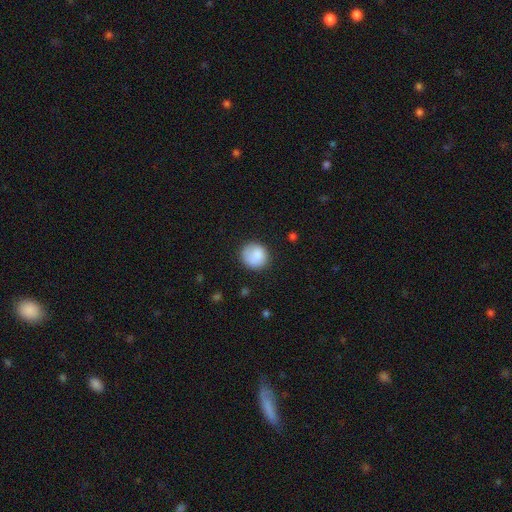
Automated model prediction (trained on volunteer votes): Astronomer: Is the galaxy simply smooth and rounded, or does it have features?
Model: smooth — 87%.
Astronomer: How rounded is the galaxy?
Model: round — 90%.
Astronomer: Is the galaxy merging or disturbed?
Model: none — 80%.